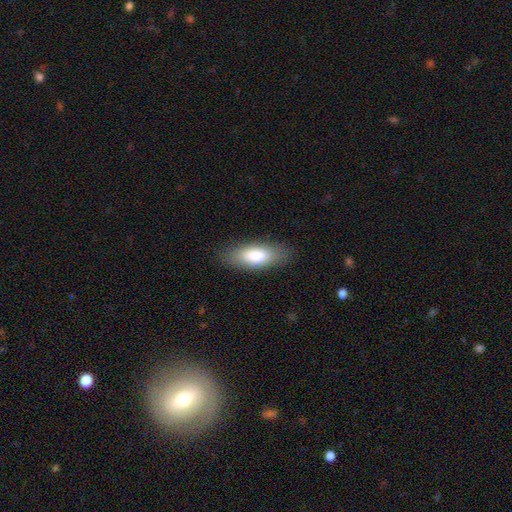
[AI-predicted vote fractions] Smooth or featured?
  - smooth: 81% *
  - featured or disk: 13%
  - star or artifact: 6%
How rounded?
  - in between: 77% *
  - cigar-shaped: 21%
  - round: 2%
Merging?
  - none: 83% *
  - minor disturbance: 12%
  - major disturbance: 4%
  - merger: 1%